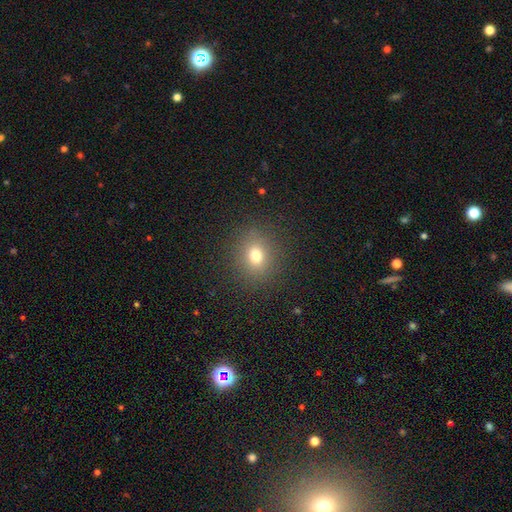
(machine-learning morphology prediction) A smooth galaxy with no disk features (74%) that is round (73%).

Vote fractions:
- Smooth or featured? smooth: 74% / star or artifact: 17% / featured or disk: 10%
- How rounded? round: 73% / in between: 26% / cigar-shaped: 1%
- Merging? none: 88% / minor disturbance: 7% / major disturbance: 4% / merger: 1%